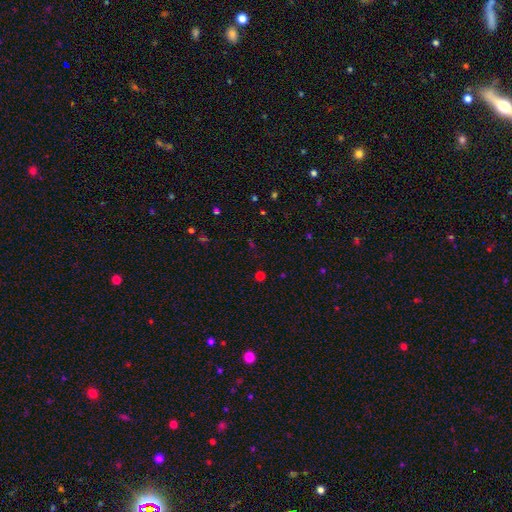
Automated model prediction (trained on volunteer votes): Smooth or featured? Predicted: star or artifact (p=0.51).